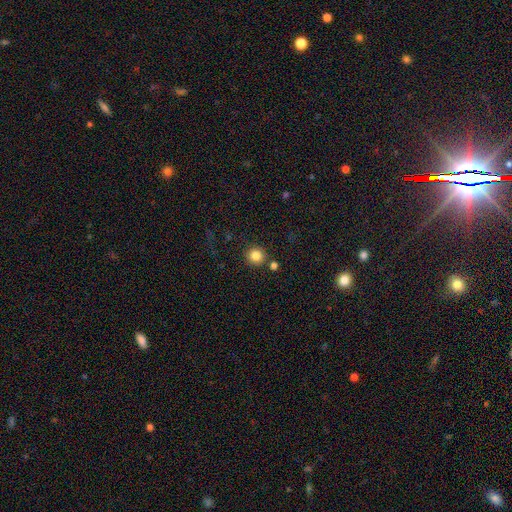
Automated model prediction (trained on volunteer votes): Smooth or featured? Predicted: smooth (p=0.84). How rounded? Predicted: round (p=0.94). Merging? Predicted: none (p=0.85).